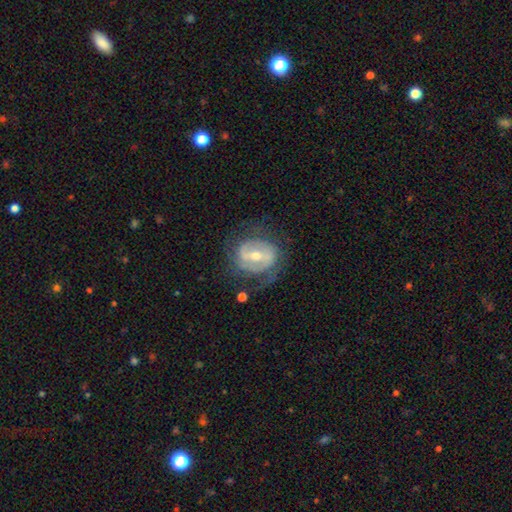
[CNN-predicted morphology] This is likely a featured or disk galaxy (80%). It is clearly not viewed edge-on (96%). Bar: possibly strong (47%). Spiral arm pattern: likely yes (76%). Spiral arm count: possibly 2 (59%). Spiral winding: marginally tight (43%). Central bulge: likely moderate (61%). Merging: likely none (61%).